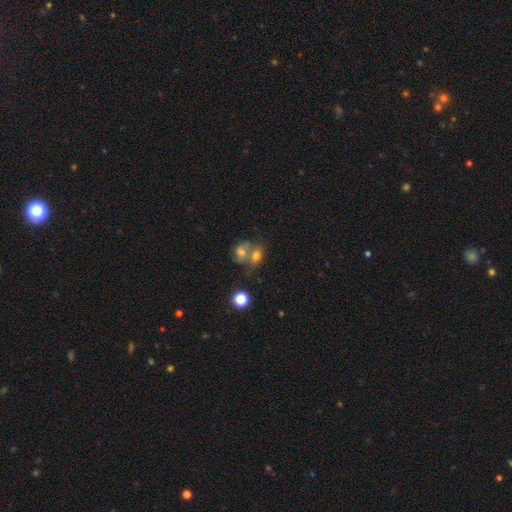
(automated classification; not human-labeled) smooth 46%, star or artifact 30%, featured or disk 24%. Down the decision tree: merging — merger (43%).